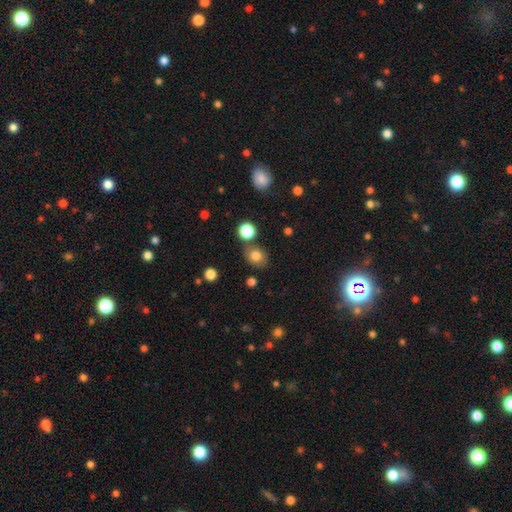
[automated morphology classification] Smooth or featured? Predicted: smooth (p=0.79). How rounded? Predicted: round (p=0.60). Merging? Predicted: none (p=0.76).